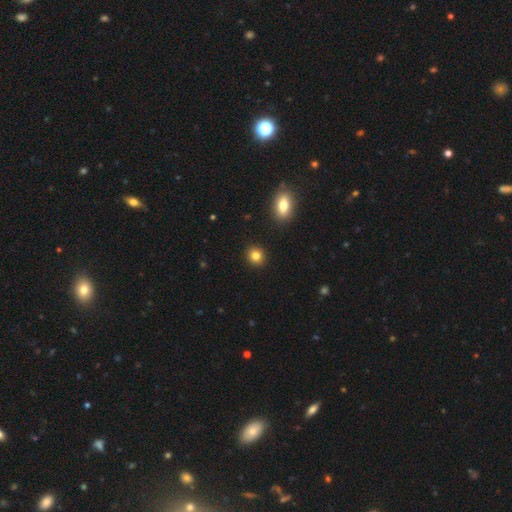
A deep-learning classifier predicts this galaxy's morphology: type=smooth (83%); roundness=round (81%); merging=none (92%).